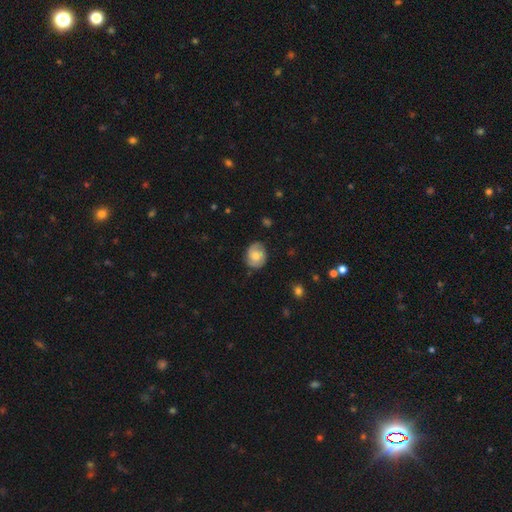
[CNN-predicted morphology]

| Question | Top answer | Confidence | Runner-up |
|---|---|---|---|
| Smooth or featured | smooth | 50% | featured or disk (42%) |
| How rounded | round | 66% | in between (33%) |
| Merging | none | 76% | minor disturbance (19%) |